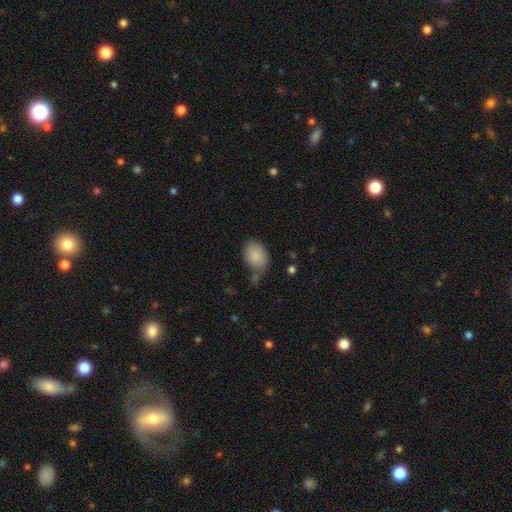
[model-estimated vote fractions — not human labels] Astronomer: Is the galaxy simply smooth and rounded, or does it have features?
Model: smooth — 86%.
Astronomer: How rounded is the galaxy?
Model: in between — 76%.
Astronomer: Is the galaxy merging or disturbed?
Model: none — 61%.